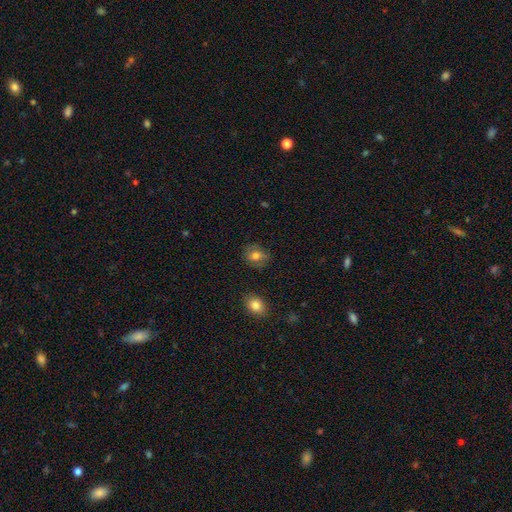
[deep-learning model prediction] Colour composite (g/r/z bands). It shows a smooth galaxy with no disk features (71%) that is round (62%). Merging: none (81%).